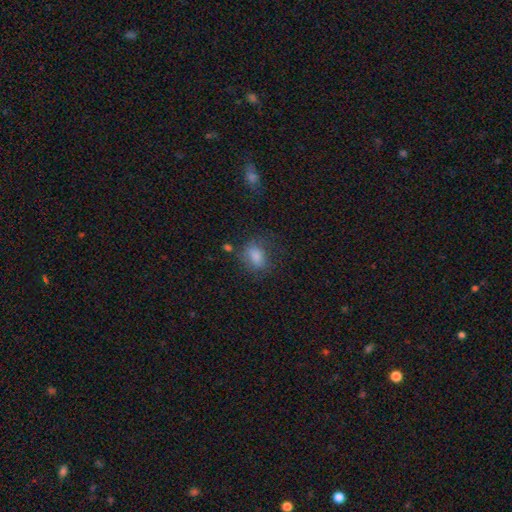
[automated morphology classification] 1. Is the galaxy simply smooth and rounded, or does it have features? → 78% smooth, 12% star or artifact, 10% featured or disk.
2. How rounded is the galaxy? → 63% in between, 35% round, 2% cigar-shaped.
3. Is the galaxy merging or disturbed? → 65% none, 21% minor disturbance, 10% major disturbance, 4% merger.